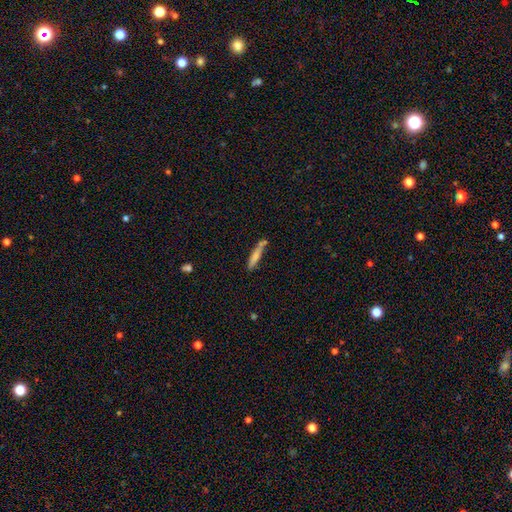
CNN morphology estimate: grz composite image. It shows a smooth galaxy with no disk features (71%) that is cigar-shaped (89%). Merging: none (61%).